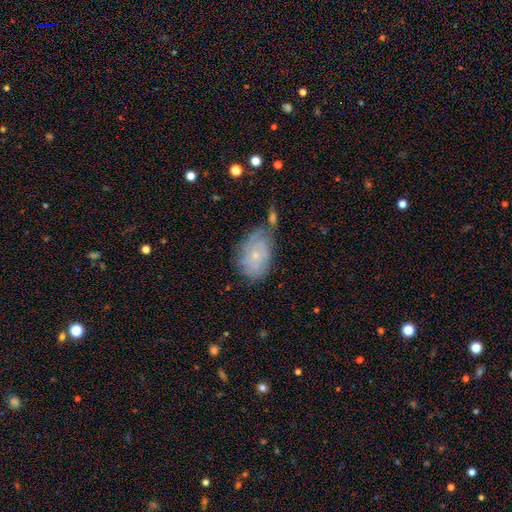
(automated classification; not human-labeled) A featured or disk galaxy (59%) with no bar (81%), spiral arms (80%) and a small central bulge (77%).

Vote fractions:
- Smooth or featured? featured or disk: 59% / smooth: 32% / star or artifact: 9%
- Edge-on disk? no: 96% / yes: 4%
- Bar? no: 81% / weak: 17% / strong: 3%
- Spiral arms? yes: 80% / no: 20%
- Bulge size? small: 77% / moderate: 18% / none: 3% / large: 1% / dominant: 1%
- Merging? none: 47% / minor disturbance: 26% / merger: 14% / major disturbance: 13%